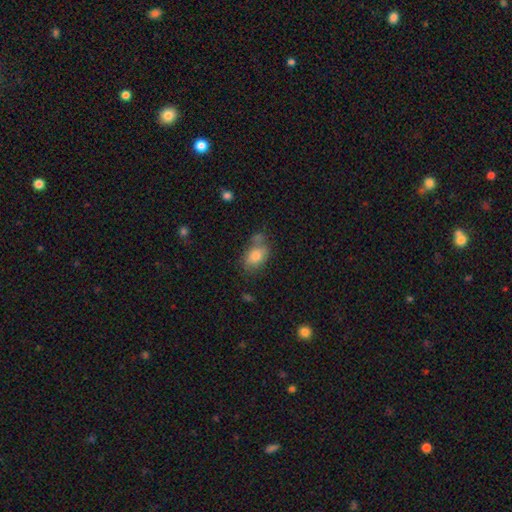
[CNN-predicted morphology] The model was most divided on "merging": none: 58%, minor disturbance: 21%, merger: 15%, major disturbance: 7%. More confident: how rounded — in between (82%); smooth or featured — smooth (81%).